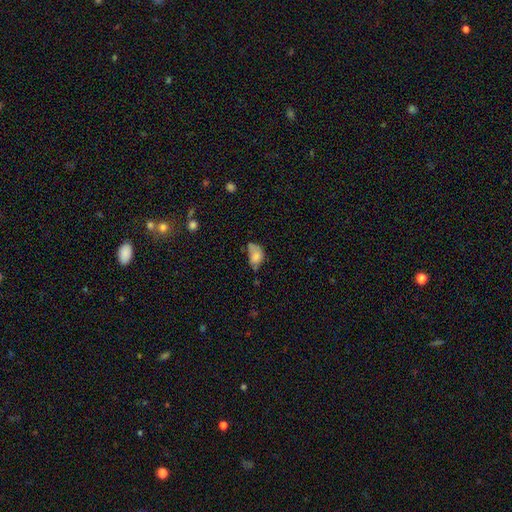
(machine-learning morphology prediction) A smooth galaxy with no disk features (73%) that is in between round and cigar-shaped (81%). Merging: minor disturbance (33%).